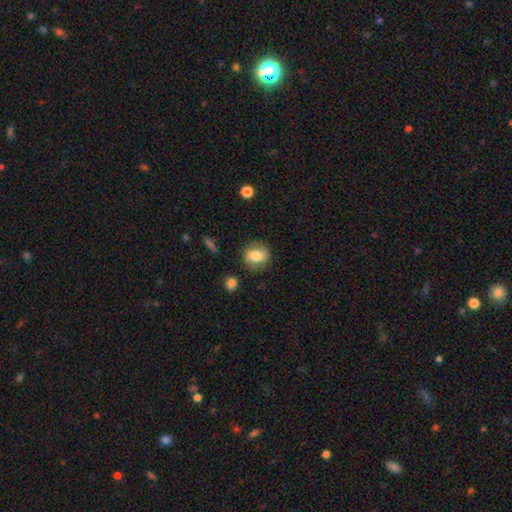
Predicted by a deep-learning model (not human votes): The model was most divided on "how rounded": round: 59%, in between: 39%, cigar-shaped: 2%. More confident: merging — none (79%); smooth or featured — smooth (73%).